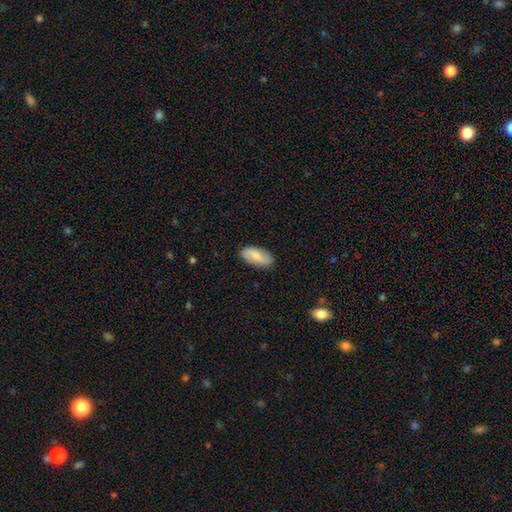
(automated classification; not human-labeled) A smooth galaxy with no disk features (61%) that is in between round and cigar-shaped (89%).

Vote fractions:
- Smooth or featured? smooth: 61% / featured or disk: 33% / star or artifact: 6%
- How rounded? in between: 89% / cigar-shaped: 8% / round: 3%
- Merging? none: 87% / minor disturbance: 10% / major disturbance: 2% / merger: 1%